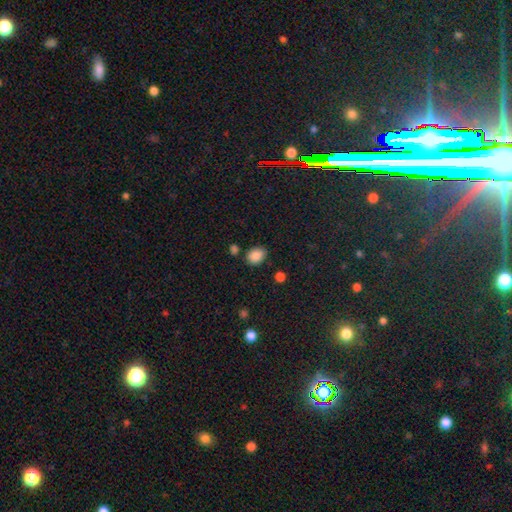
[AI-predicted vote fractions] Smooth or featured: smooth — 87% (star or artifact — 9%)
How rounded: in between — 65% (round — 34%)
Merging: none — 78% (minor disturbance — 14%)